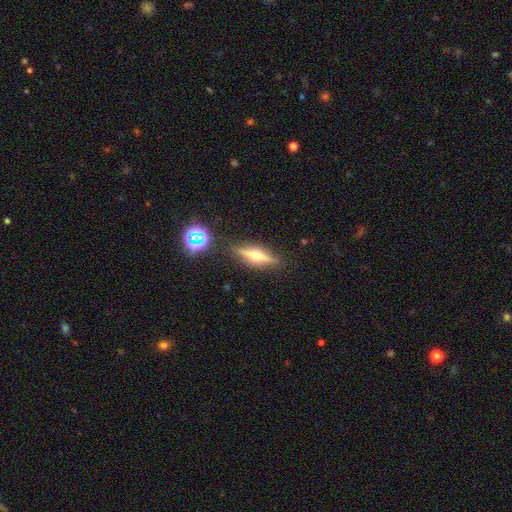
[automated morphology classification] Smooth or featured? Predicted: featured or disk (p=0.64). Edge-on disk? Predicted: yes (p=0.94). Edge-on bulge? Predicted: rounded (p=0.93). Merging? Predicted: none (p=0.87).